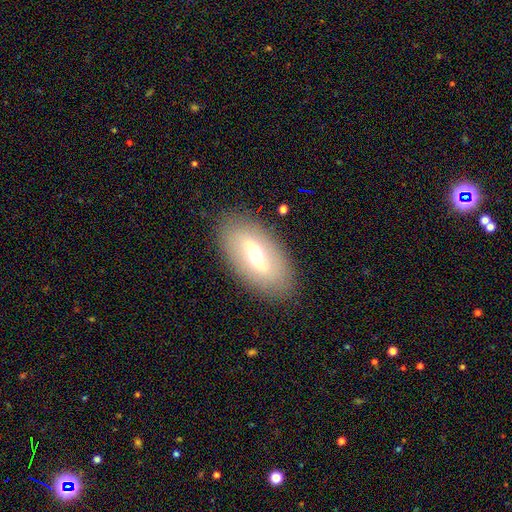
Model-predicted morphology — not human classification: Smooth or featured? featured or disk (48%)
Merging? none (86%)